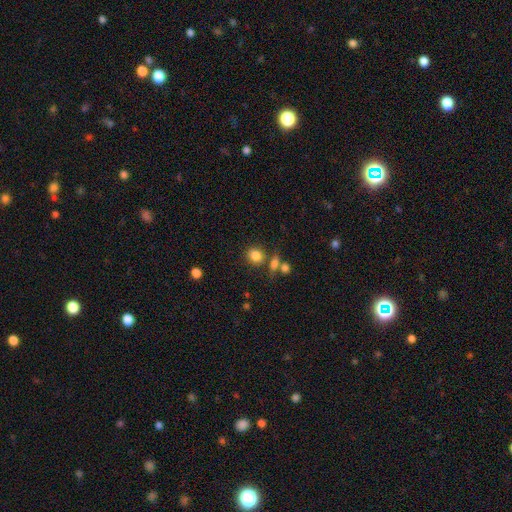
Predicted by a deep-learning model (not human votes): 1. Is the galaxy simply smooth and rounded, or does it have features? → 83% smooth, 11% star or artifact, 6% featured or disk.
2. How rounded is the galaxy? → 75% round, 24% in between, 1% cigar-shaped.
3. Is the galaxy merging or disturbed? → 72% none, 13% merger, 11% minor disturbance, 5% major disturbance.